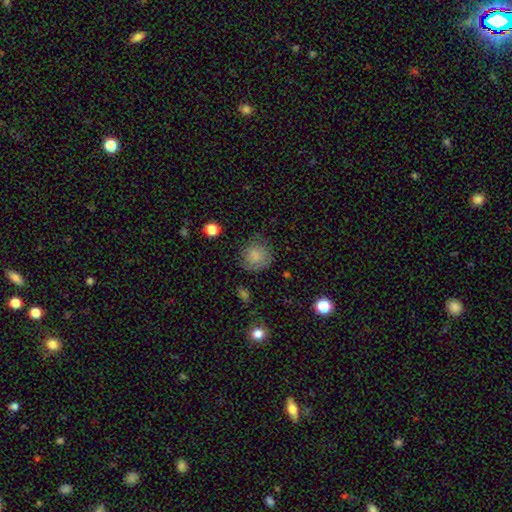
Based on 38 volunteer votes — Smooth or featured? 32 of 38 (84%) said smooth. How rounded? 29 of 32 (91%) said round. Merging? 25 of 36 (69%) said none.